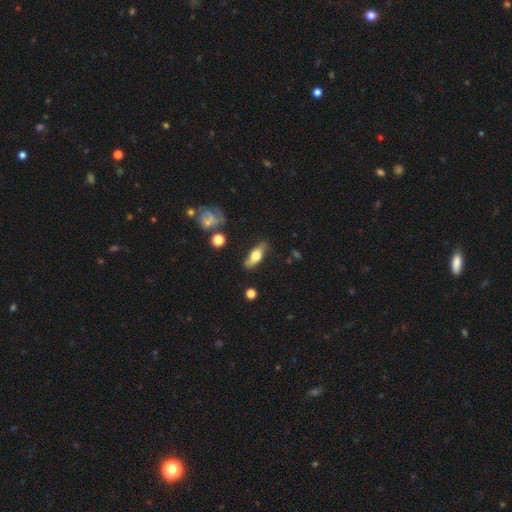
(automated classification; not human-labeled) This appears to be a smooth galaxy with no disk features (57%) that is in between round and cigar-shaped (65%). Merging: none (74%).